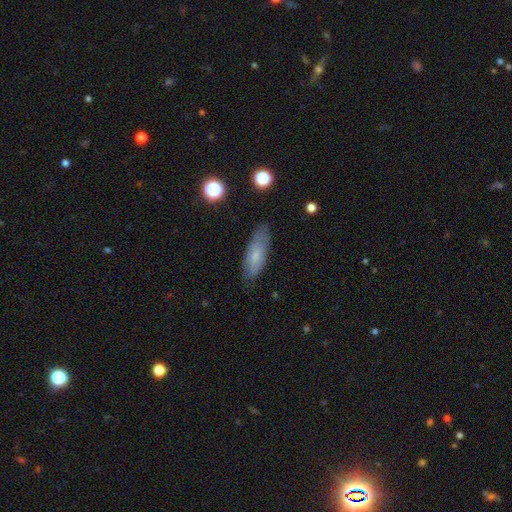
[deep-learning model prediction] A smooth galaxy with no disk features (65%) that is in between round and cigar-shaped (62%).

Vote fractions:
- Smooth or featured? smooth: 65% / featured or disk: 27% / star or artifact: 8%
- How rounded? in between: 62% / cigar-shaped: 36% / round: 2%
- Merging? none: 75% / minor disturbance: 19% / major disturbance: 4% / merger: 1%